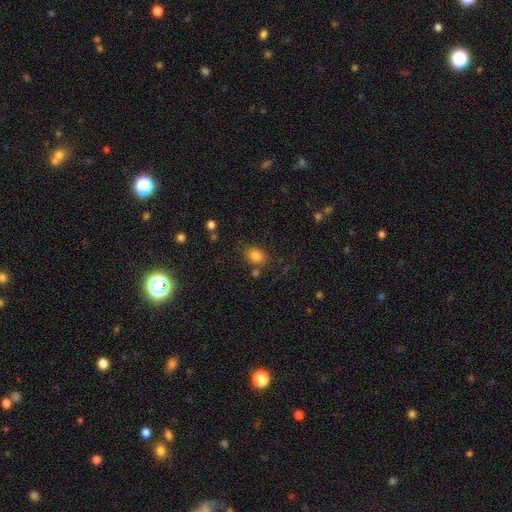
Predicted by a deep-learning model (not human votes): Smooth or featured: smooth — 82% (star or artifact — 12%)
How rounded: in between — 56% (round — 43%)
Merging: none — 73% (minor disturbance — 14%)